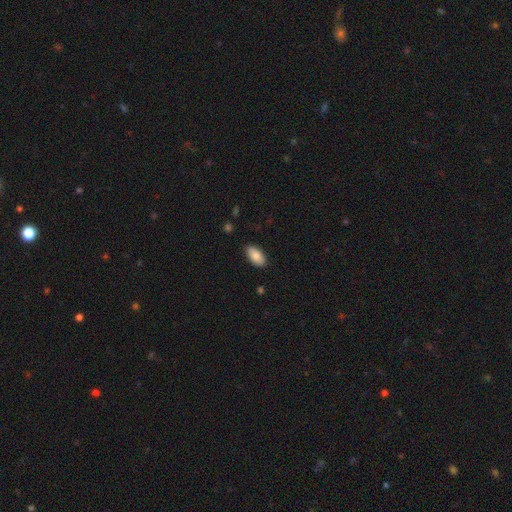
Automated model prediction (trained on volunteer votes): Smooth or featured? smooth (85%)
How rounded? in between (95%)
Merging? none (87%)